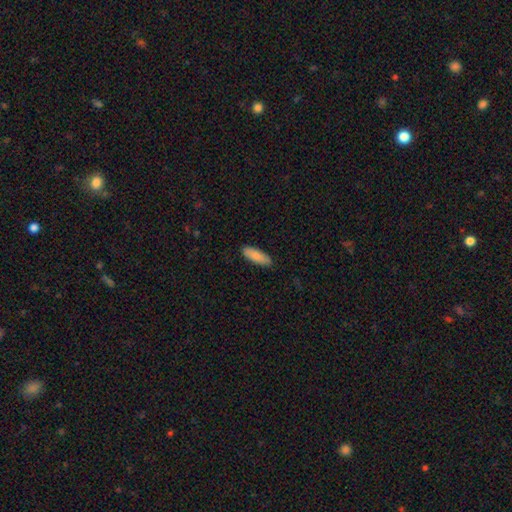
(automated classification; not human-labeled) Smooth or featured? smooth (85%)
How rounded? in between (60%)
Merging? none (89%)